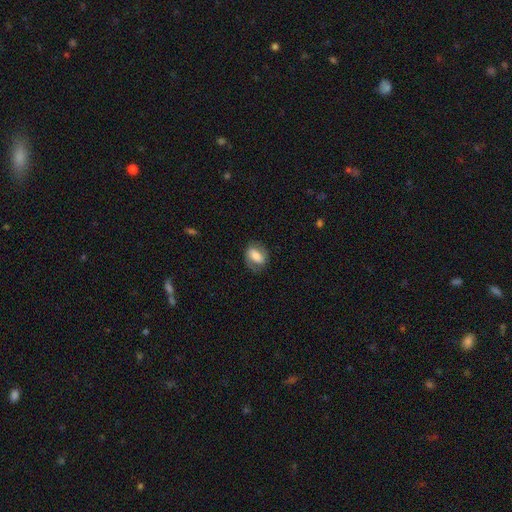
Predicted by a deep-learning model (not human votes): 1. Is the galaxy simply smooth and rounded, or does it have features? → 52% smooth, 40% featured or disk, 8% star or artifact.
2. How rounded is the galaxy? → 75% in between, 22% round, 3% cigar-shaped.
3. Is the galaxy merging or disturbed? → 73% none, 18% minor disturbance, 8% major disturbance, 1% merger.